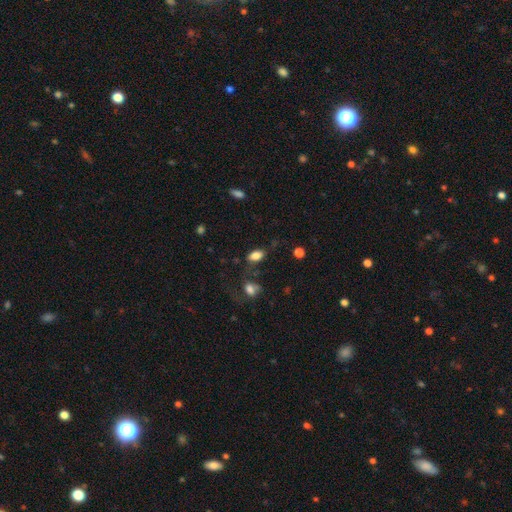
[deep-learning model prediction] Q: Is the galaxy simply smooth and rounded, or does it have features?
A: smooth — 83%.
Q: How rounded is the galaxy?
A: in between — 90%.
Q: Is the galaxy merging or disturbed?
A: none — 67%.